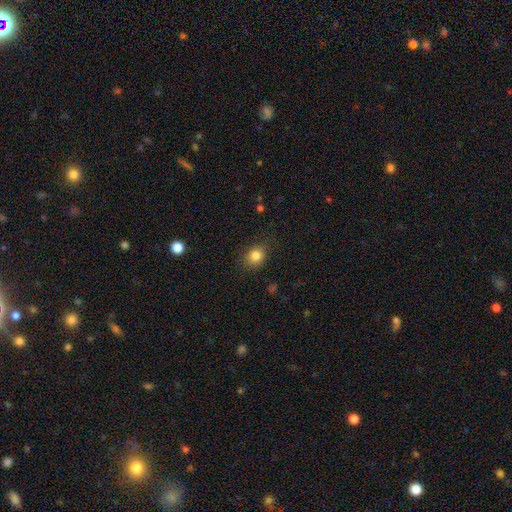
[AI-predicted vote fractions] Smooth or featured? Predicted: smooth (p=0.82). How rounded? Predicted: round (p=0.63). Merging? Predicted: none (p=0.79).